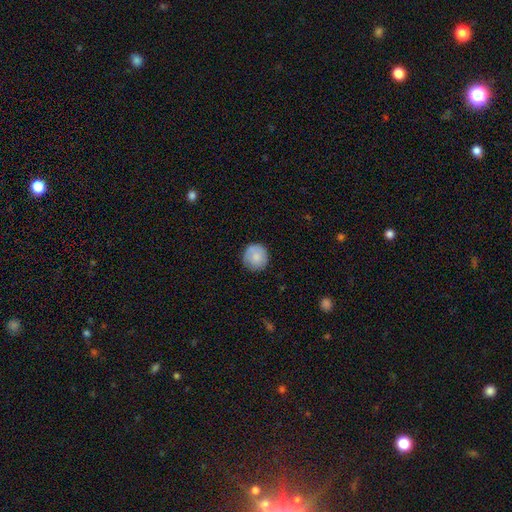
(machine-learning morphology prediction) The model was most divided on "smooth or featured": smooth: 82%, featured or disk: 11%, star or artifact: 7%. More confident: how rounded — round (94%); merging — none (84%).